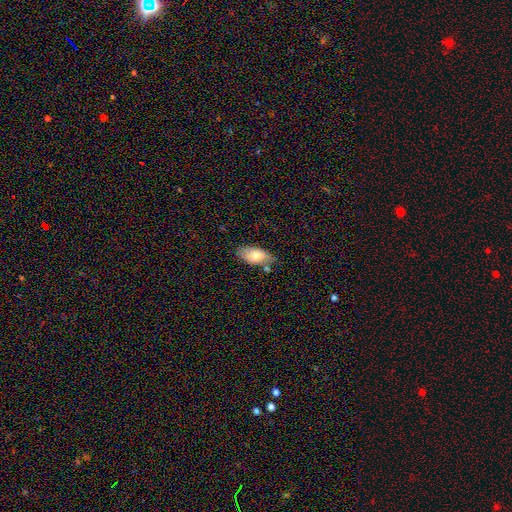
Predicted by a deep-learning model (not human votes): smooth 73%, featured or disk 19%, star or artifact 7%. Down the decision tree: how rounded — in between (91%); merging — none (68%).